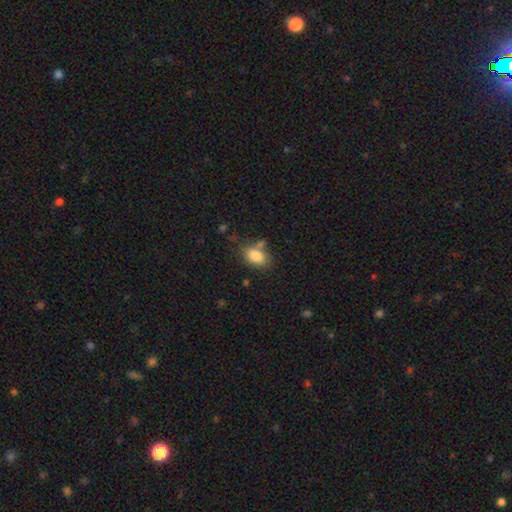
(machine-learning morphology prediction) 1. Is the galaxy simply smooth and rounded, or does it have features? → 84% smooth, 8% star or artifact, 8% featured or disk.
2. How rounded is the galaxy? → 83% in between, 15% round, 2% cigar-shaped.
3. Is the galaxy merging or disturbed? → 65% none, 18% minor disturbance, 12% merger, 5% major disturbance.